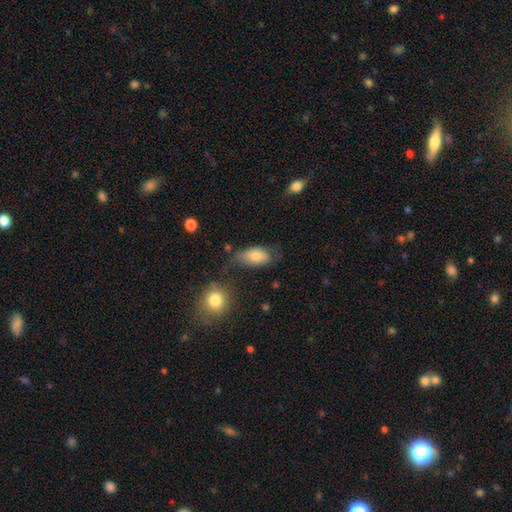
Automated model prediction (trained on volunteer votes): Overall: smooth (75%). How rounded: in between (91%). Merging: none (45%; minor disturbance 33%).